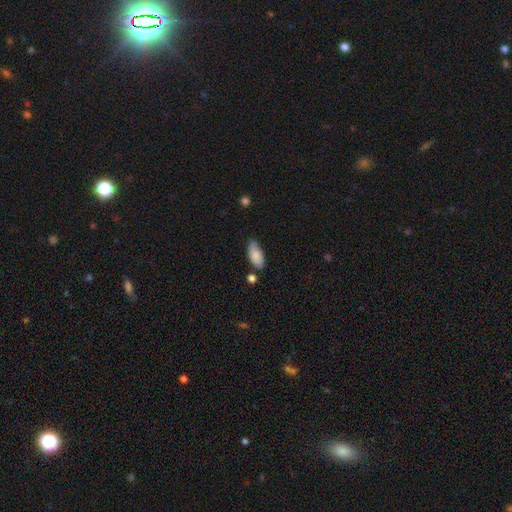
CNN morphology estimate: A smooth galaxy with no disk features (86%) that is in between round and cigar-shaped (89%).

Vote fractions:
- Smooth or featured? smooth: 86% / featured or disk: 8% / star or artifact: 6%
- How rounded? in between: 89% / cigar-shaped: 9% / round: 2%
- Merging? none: 72% / minor disturbance: 20% / merger: 4% / major disturbance: 4%